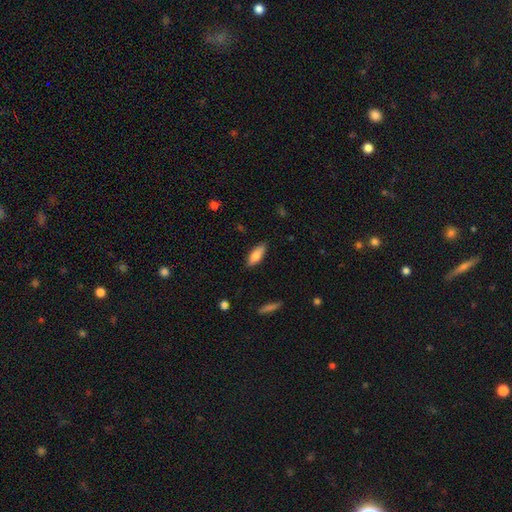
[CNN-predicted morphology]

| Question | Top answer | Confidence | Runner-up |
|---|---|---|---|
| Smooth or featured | smooth | 77% | featured or disk (17%) |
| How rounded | in between | 68% | cigar-shaped (30%) |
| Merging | none | 86% | minor disturbance (11%) |